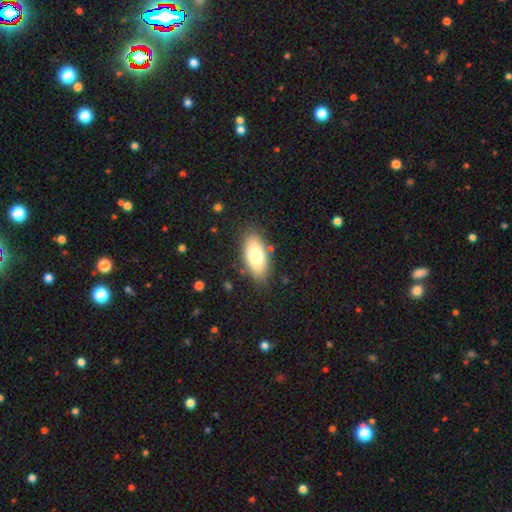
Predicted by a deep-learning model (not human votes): smooth-or-featured: smooth: 74% | featured or disk: 19% | star or artifact: 7%
  how-rounded: in between: 89% | cigar-shaped: 8% | round: 3%
  merging: none: 82% | minor disturbance: 12% | major disturbance: 4% | merger: 2%